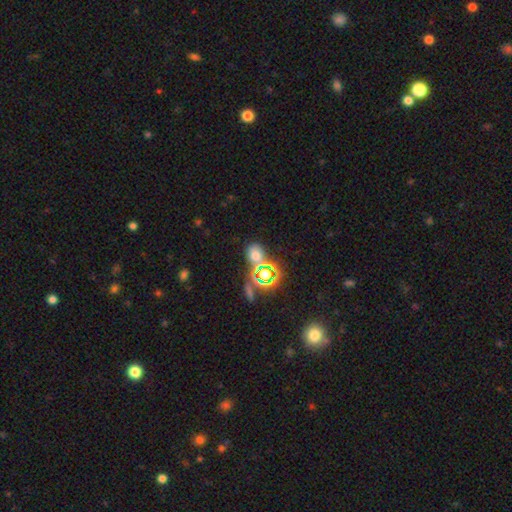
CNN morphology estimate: Smooth or featured: smooth — 55% (star or artifact — 36%)
How rounded: round — 52% (in between — 46%)
Merging: none — 64% (merger — 19%)